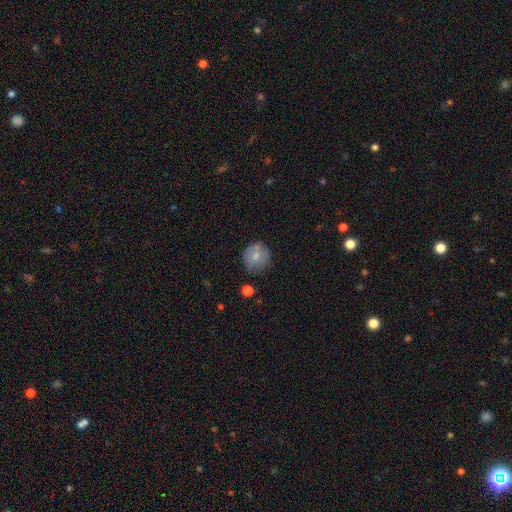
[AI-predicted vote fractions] A smooth galaxy with no disk features (71%) that is round (86%).

Vote fractions:
- Smooth or featured? smooth: 71% / featured or disk: 20% / star or artifact: 8%
- How rounded? round: 86% / in between: 13% / cigar-shaped: 1%
- Merging? none: 71% / minor disturbance: 20% / major disturbance: 5% / merger: 3%